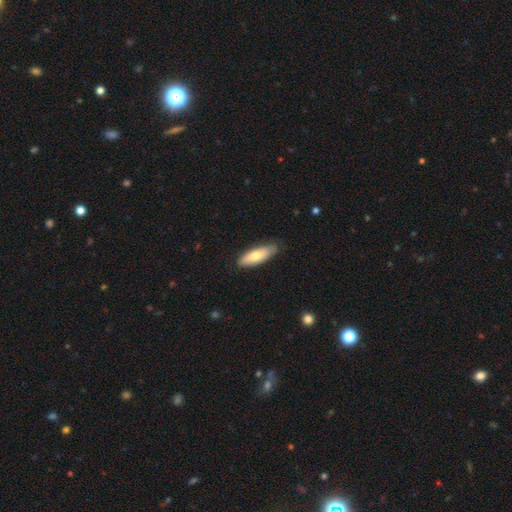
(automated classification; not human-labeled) A smooth galaxy with no disk features (72%) that is in between round and cigar-shaped (56%). Merging: none (81%).